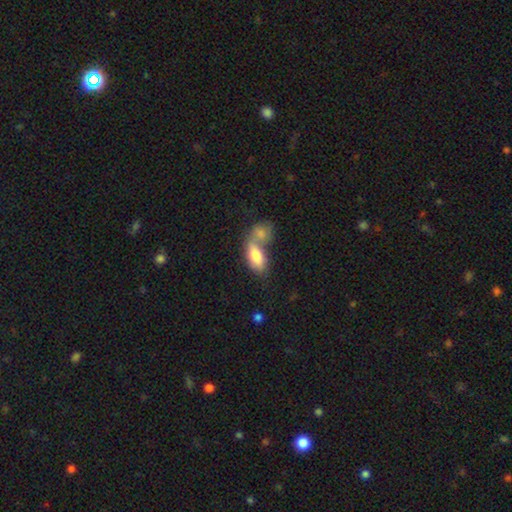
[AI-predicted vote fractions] Smooth or featured? smooth (77%)
How rounded? in between (86%)
Merging? merger (60%)